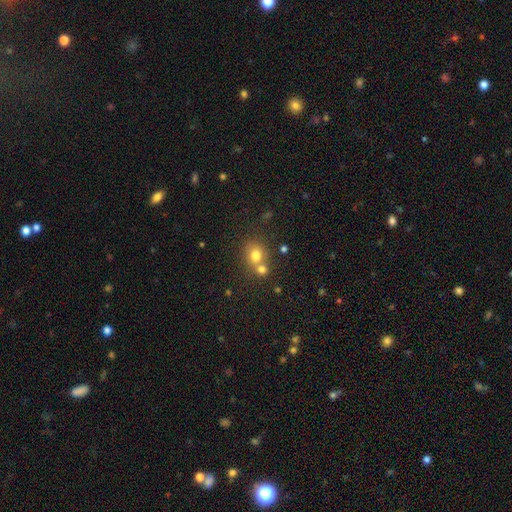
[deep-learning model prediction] Morphology: type=smooth (75%); roundness=round (72%); merging=none (47%).